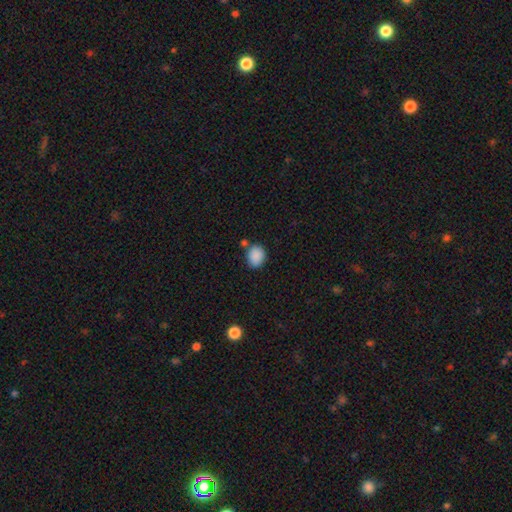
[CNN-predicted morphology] This appears to be a smooth galaxy with no disk features (88%) that is in between round and cigar-shaped (51%). Merging: none (70%).